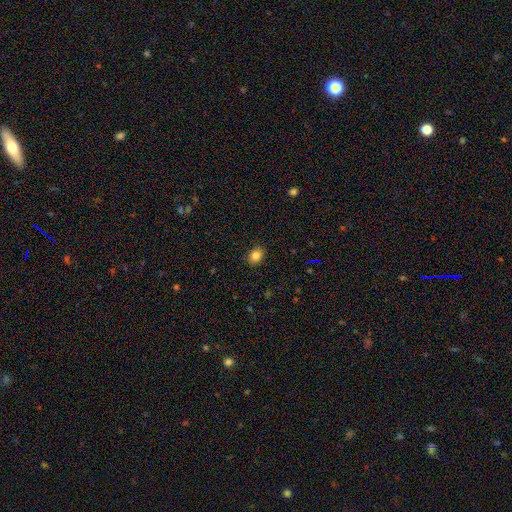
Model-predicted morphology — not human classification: This appears to be a smooth galaxy with no disk features (84%) that is round (52%). Merging: none (89%).